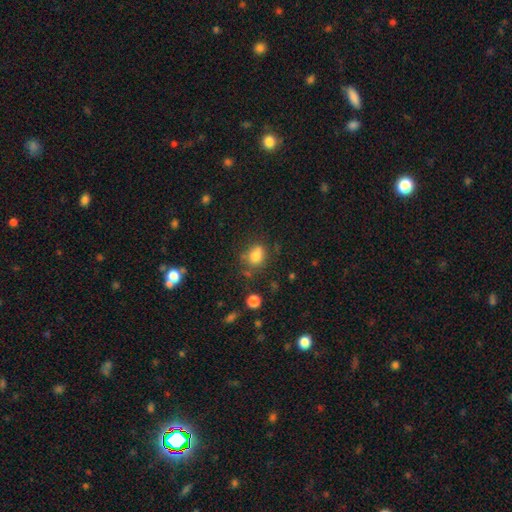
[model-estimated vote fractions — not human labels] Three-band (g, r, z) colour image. It shows a smooth galaxy with no disk features (77%) that is in between round and cigar-shaped (56%). Merging: none (57%).